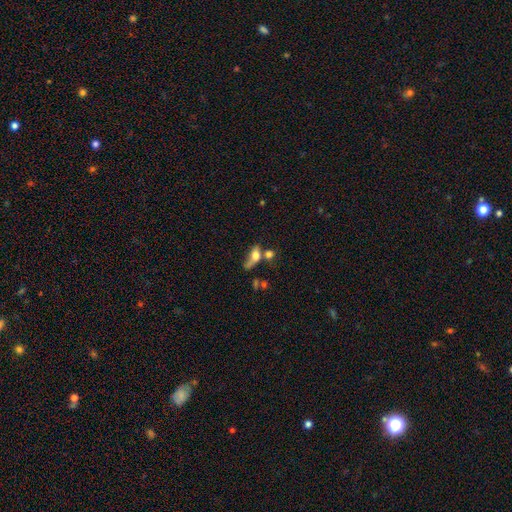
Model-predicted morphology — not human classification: smooth_or_featured: smooth (p=0.64) [alt: featured or disk p=0.25]
how_rounded: in between (p=0.67) [alt: round p=0.20]
merging: merger (p=0.36) [alt: major disturbance p=0.26]